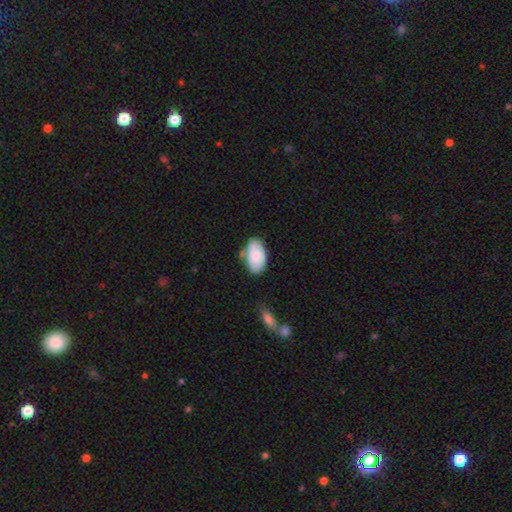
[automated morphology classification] smooth_or_featured: smooth (p=0.81) [alt: featured or disk p=0.13]
how_rounded: in between (p=0.95) [alt: round p=0.04]
merging: none (p=0.65) [alt: minor disturbance p=0.22]